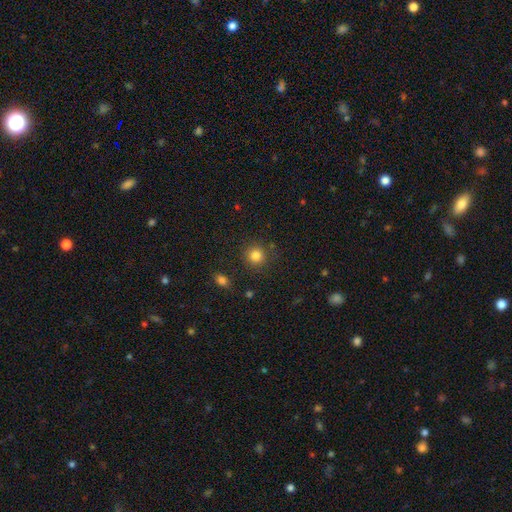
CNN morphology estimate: A smooth galaxy with no disk features (83%) that is round (91%).

Vote fractions:
- Smooth or featured? smooth: 83% / star or artifact: 12% / featured or disk: 5%
- How rounded? round: 91% / in between: 8% / cigar-shaped: 1%
- Merging? none: 86% / minor disturbance: 8% / major disturbance: 3% / merger: 3%